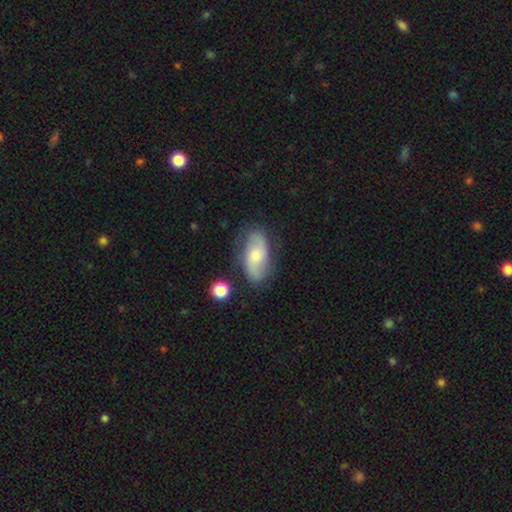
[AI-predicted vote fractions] A featured or disk galaxy (53%).

Vote fractions:
- Smooth or featured? featured or disk: 53% / smooth: 39% / star or artifact: 7%
- Edge-on disk? no: 93% / yes: 7%
- Merging? none: 73% / minor disturbance: 19% / major disturbance: 6% / merger: 3%